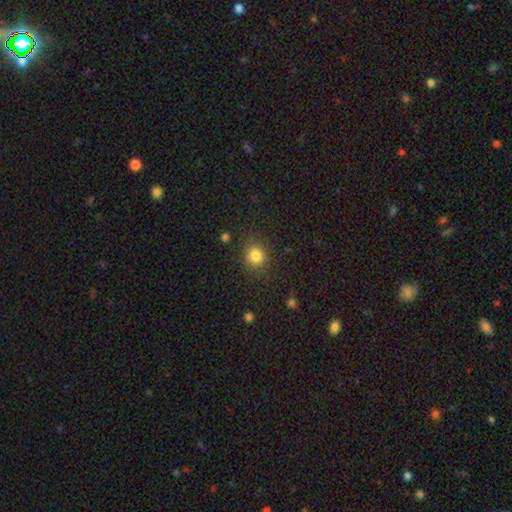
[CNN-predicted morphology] type=smooth (82%); roundness=round (80%); merging=none (81%).